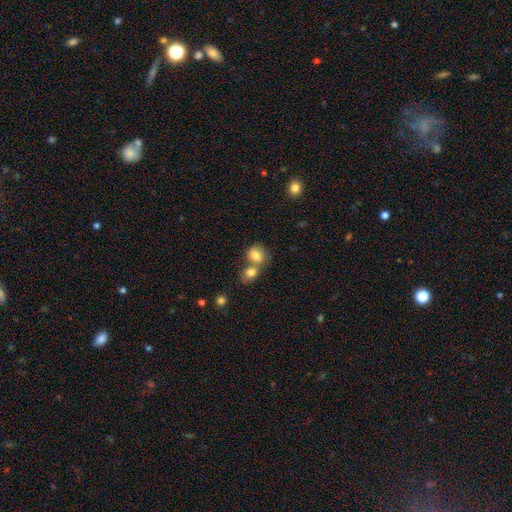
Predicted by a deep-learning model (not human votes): A smooth galaxy with no disk features (81%) that is round (56%).

Vote fractions:
- Smooth or featured? smooth: 81% / featured or disk: 10% / star or artifact: 9%
- How rounded? round: 56% / in between: 43% / cigar-shaped: 1%
- Merging? merger: 58% / none: 30% / minor disturbance: 8% / major disturbance: 4%